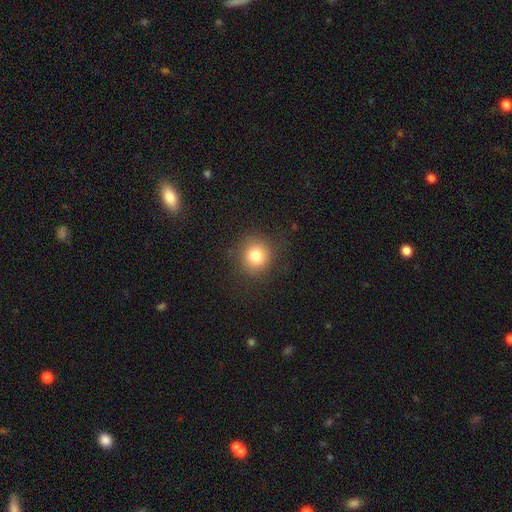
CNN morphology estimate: smooth-or-featured: smooth: 80% | star or artifact: 12% | featured or disk: 8%
  how-rounded: round: 89% | in between: 10% | cigar-shaped: 1%
  merging: none: 85% | minor disturbance: 9% | major disturbance: 4% | merger: 1%